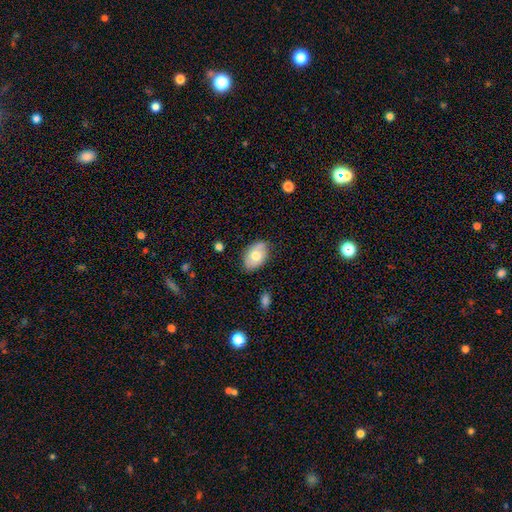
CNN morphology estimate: Smooth or featured? smooth (68%)
How rounded? in between (90%)
Merging? none (77%)